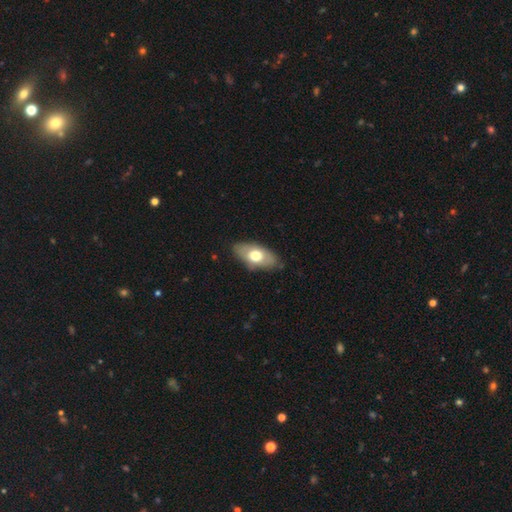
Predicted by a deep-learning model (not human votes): A smooth galaxy with no disk features (62%) that is in between round and cigar-shaped (91%).

Vote fractions:
- Smooth or featured? smooth: 62% / featured or disk: 33% / star or artifact: 6%
- How rounded? in between: 91% / cigar-shaped: 5% / round: 4%
- Merging? none: 80% / minor disturbance: 15% / major disturbance: 3% / merger: 1%